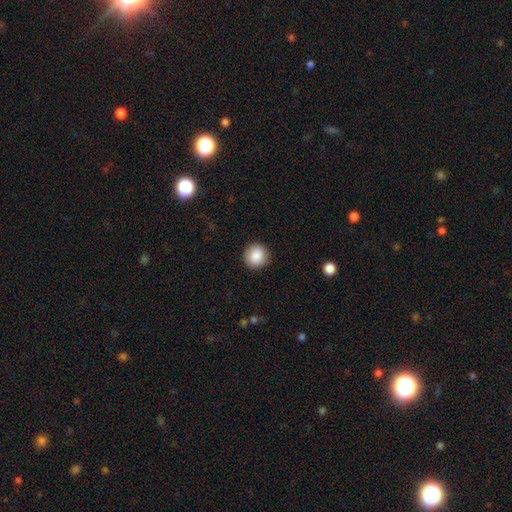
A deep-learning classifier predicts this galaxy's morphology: Smooth or featured? Predicted: smooth (p=0.87). How rounded? Predicted: round (p=0.92). Merging? Predicted: none (p=0.91).